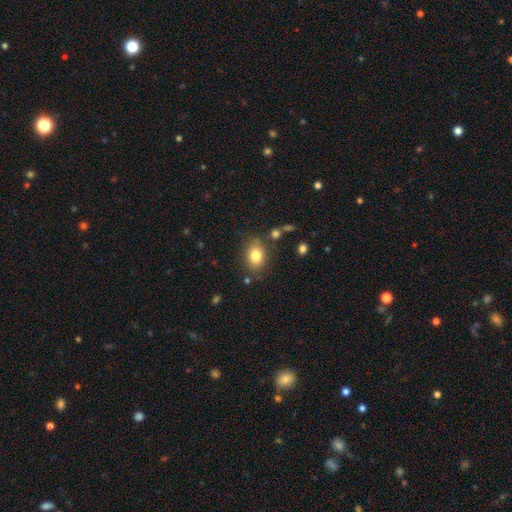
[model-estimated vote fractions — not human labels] Q: Smooth or featured?
A: smooth (82%); runner-up: star or artifact (10%)
Q: How rounded?
A: in between (66%); runner-up: round (33%)
Q: Merging?
A: none (77%); runner-up: minor disturbance (14%)